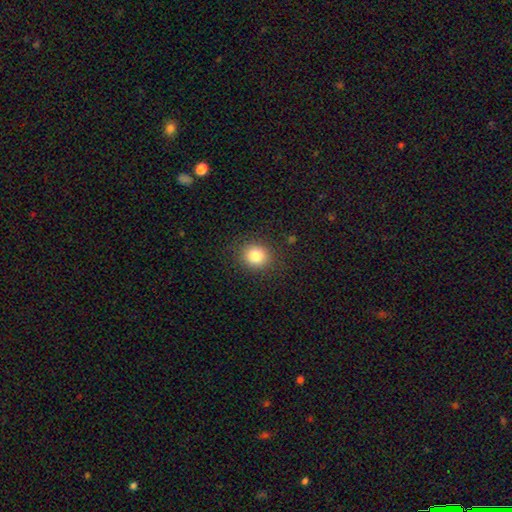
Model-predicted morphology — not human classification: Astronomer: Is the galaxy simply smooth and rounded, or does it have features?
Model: smooth — 83%.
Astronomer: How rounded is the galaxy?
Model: round — 81%.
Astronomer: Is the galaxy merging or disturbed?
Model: none — 88%.